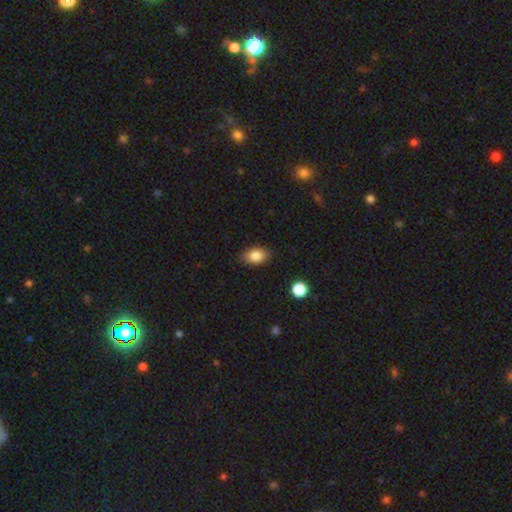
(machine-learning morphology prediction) smooth 84%, star or artifact 8%, featured or disk 8%. Down the decision tree: how rounded — in between (86%); merging — none (84%).